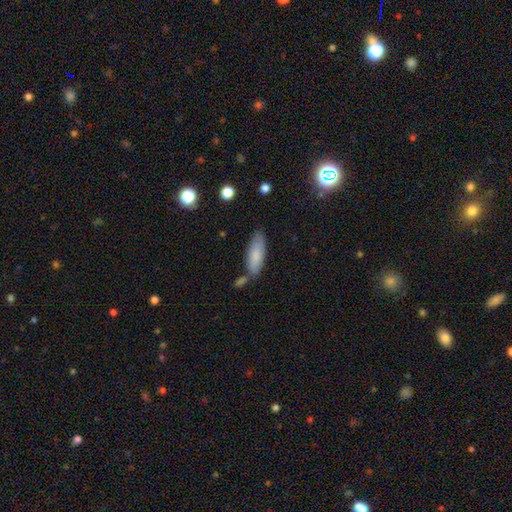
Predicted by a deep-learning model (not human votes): smooth-or-featured: smooth: 82% | featured or disk: 12% | star or artifact: 6%
  how-rounded: in between: 60% | cigar-shaped: 39% | round: 2%
  merging: none: 68% | minor disturbance: 18% | merger: 11% | major disturbance: 4%